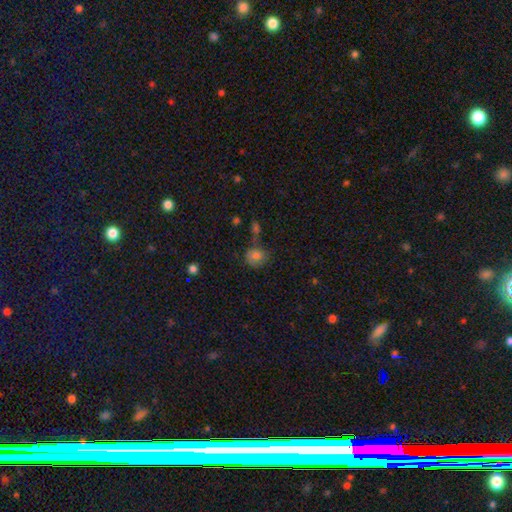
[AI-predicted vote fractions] smooth 79%, featured or disk 11%, star or artifact 10%. Down the decision tree: how rounded — round (71%); merging — none (57%).